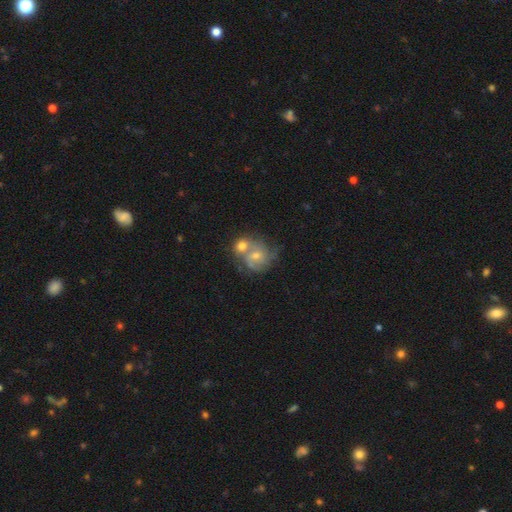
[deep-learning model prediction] smooth_or_featured: featured or disk (p=0.60) [alt: smooth p=0.33]
disk_edge_on: no (p=0.98) [alt: yes p=0.02]
bar: no (p=0.65) [alt: weak p=0.30]
has_spiral_arms: yes (p=0.81) [alt: no p=0.19]
bulge_size: moderate (p=0.46) [tied with: small p=0.46]
merging: merger (p=0.59) [alt: none p=0.25]